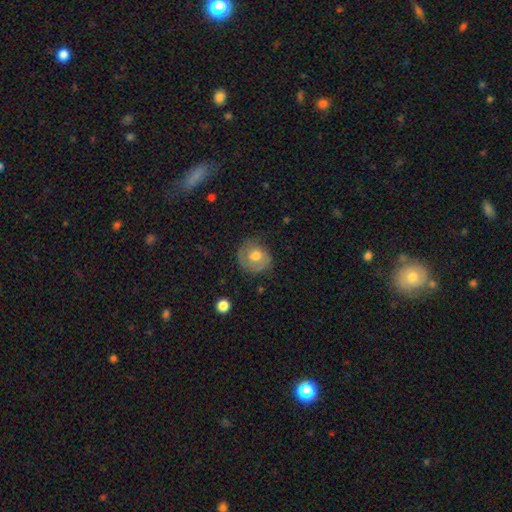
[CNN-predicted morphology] Overall: smooth (54%; featured or disk 38%). How rounded: round (79%). Merging: none (66%).